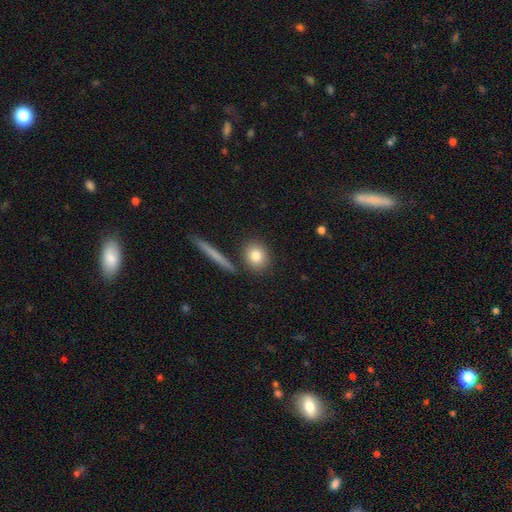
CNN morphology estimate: The model was most divided on "how rounded": round: 71%, in between: 25%, cigar-shaped: 5%. More confident: merging — none (83%); smooth or featured — smooth (82%).